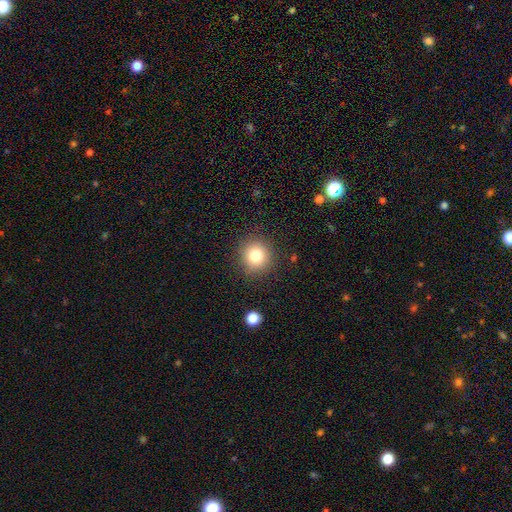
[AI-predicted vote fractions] Overall: smooth (80%). How rounded: round (90%). Merging: none (88%).